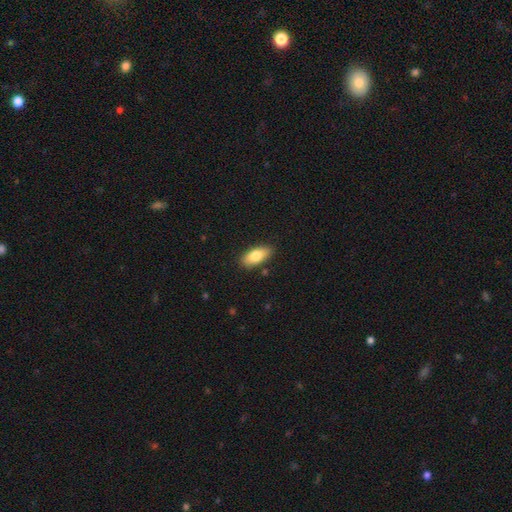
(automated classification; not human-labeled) smooth_or_featured: smooth (p=0.80) [alt: featured or disk p=0.14]
how_rounded: in between (p=0.85) [alt: cigar-shaped p=0.12]
merging: none (p=0.86) [alt: minor disturbance p=0.11]